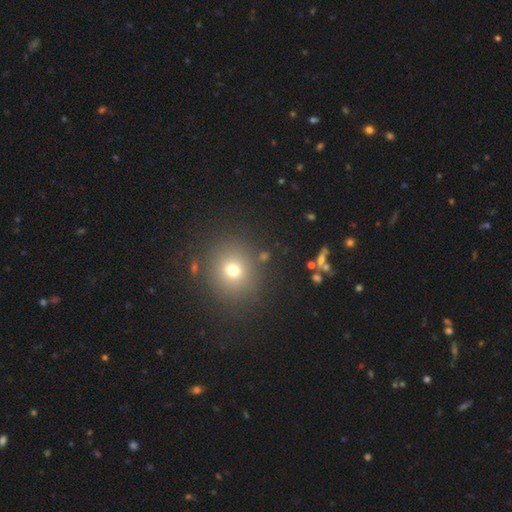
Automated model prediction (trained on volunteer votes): The model was most divided on "smooth or featured": smooth: 62%, star or artifact: 30%, featured or disk: 8%. More confident: merging — none (89%); how rounded — round (86%).